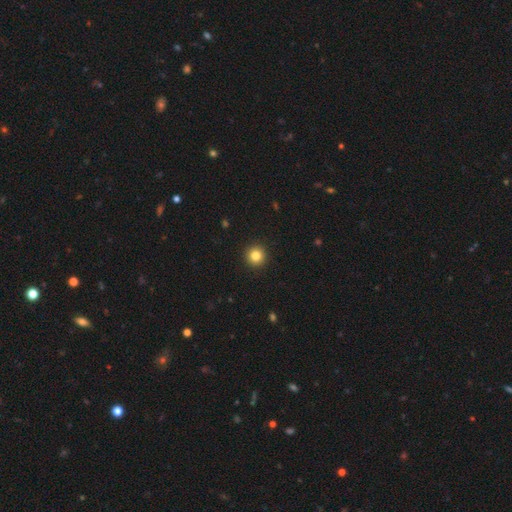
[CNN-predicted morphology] type=smooth (83%); roundness=round (96%); merging=none (93%).